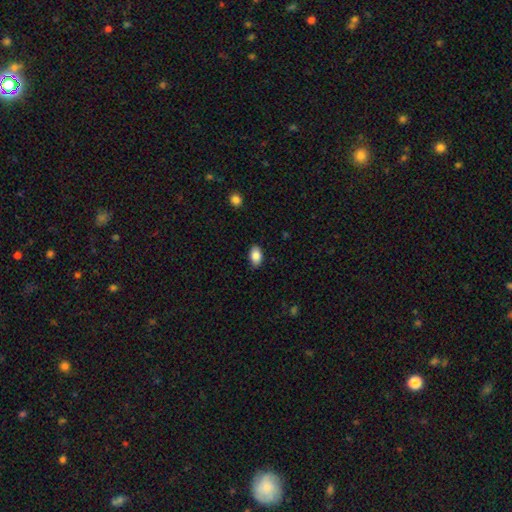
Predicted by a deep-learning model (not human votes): Smooth or featured? Predicted: smooth (p=0.87). How rounded? Predicted: in between (p=0.90). Merging? Predicted: none (p=0.86).